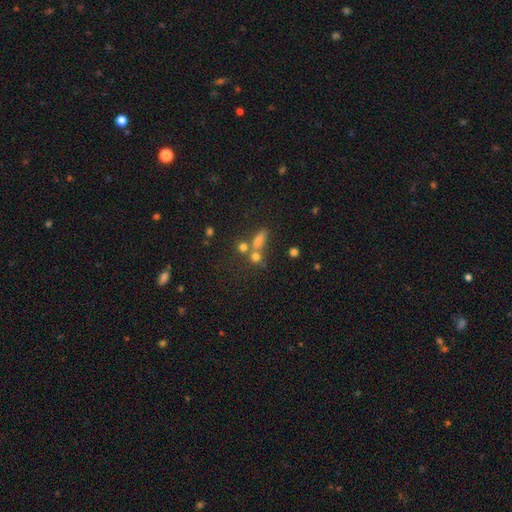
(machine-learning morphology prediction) Smooth or featured? smooth (54%)
How rounded? round (47%)
Merging? none (45%)